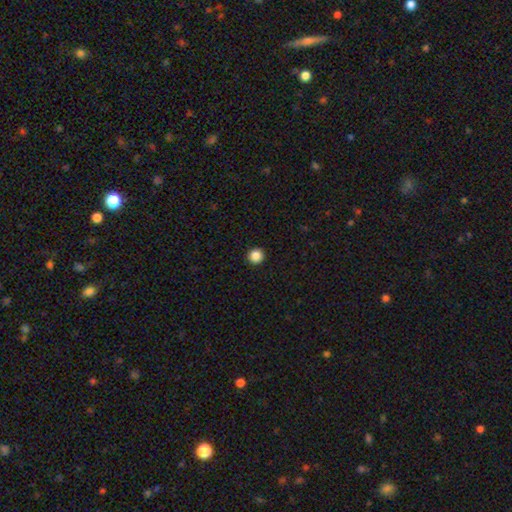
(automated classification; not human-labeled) Smooth or featured? Predicted: smooth (p=0.87). How rounded? Predicted: round (p=0.94). Merging? Predicted: none (p=0.94).